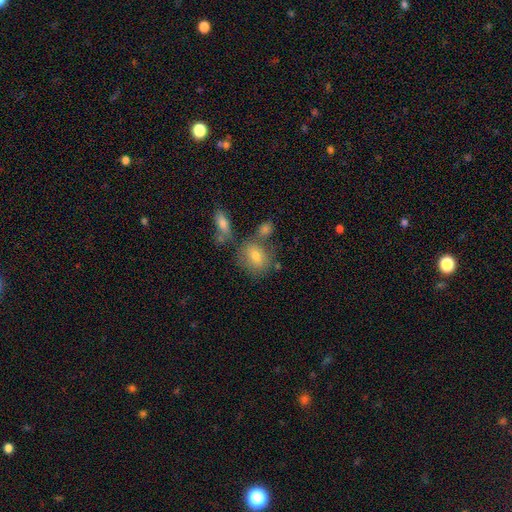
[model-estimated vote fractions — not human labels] A smooth galaxy with no disk features (72%) that is round (51%).

Vote fractions:
- Smooth or featured? smooth: 72% / featured or disk: 18% / star or artifact: 11%
- How rounded? round: 51% / in between: 47% / cigar-shaped: 2%
- Merging? none: 61% / merger: 20% / minor disturbance: 14% / major disturbance: 5%